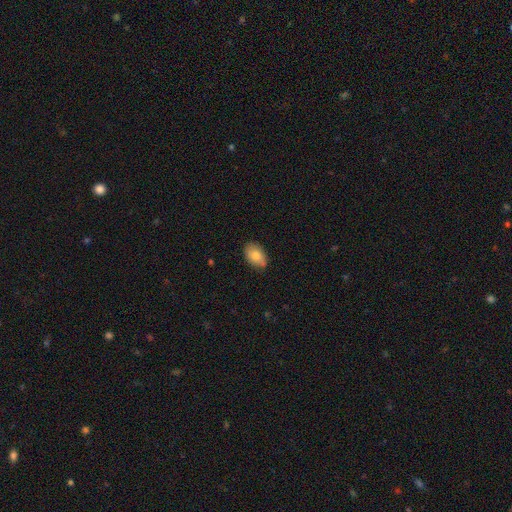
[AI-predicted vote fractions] smooth-or-featured: smooth: 81% | featured or disk: 13% | star or artifact: 7%
  how-rounded: in between: 89% | round: 10% | cigar-shaped: 1%
  merging: none: 77% | minor disturbance: 19% | major disturbance: 3% | merger: 1%